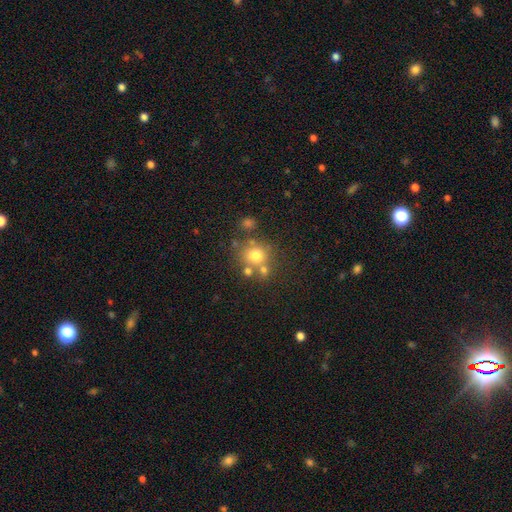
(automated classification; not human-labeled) A smooth galaxy with no disk features (71%) that is round (85%). Merging: none (62%).